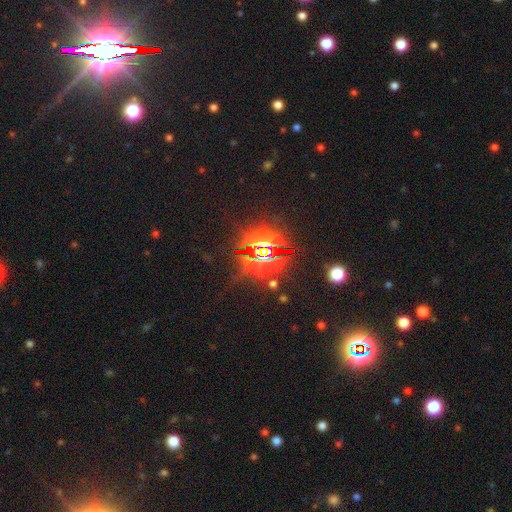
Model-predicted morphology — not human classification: Smooth or featured? star or artifact (85%)